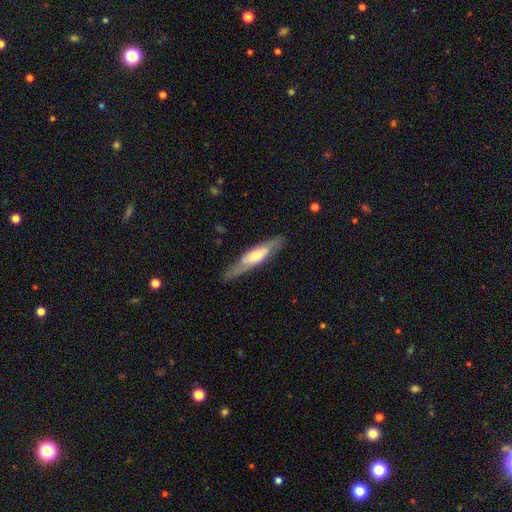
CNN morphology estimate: Overall: featured or disk (57%; smooth 38%). Edge-on disk: yes (59%; no 41%). Merging: none (81%).